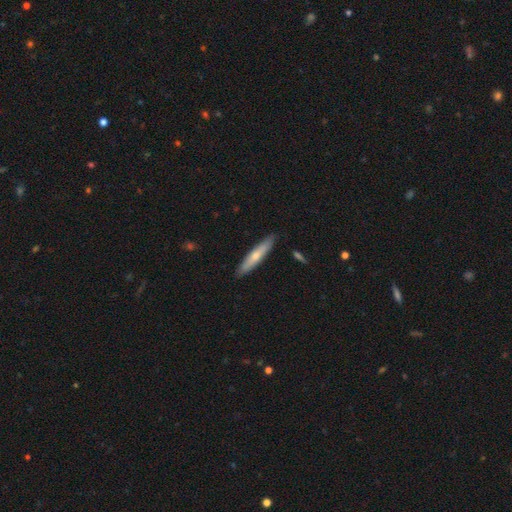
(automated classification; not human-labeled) Q: Smooth or featured?
A: smooth (56%); runner-up: featured or disk (39%)
Q: How rounded?
A: cigar-shaped (88%); runner-up: in between (11%)
Q: Merging?
A: none (88%); runner-up: minor disturbance (9%)